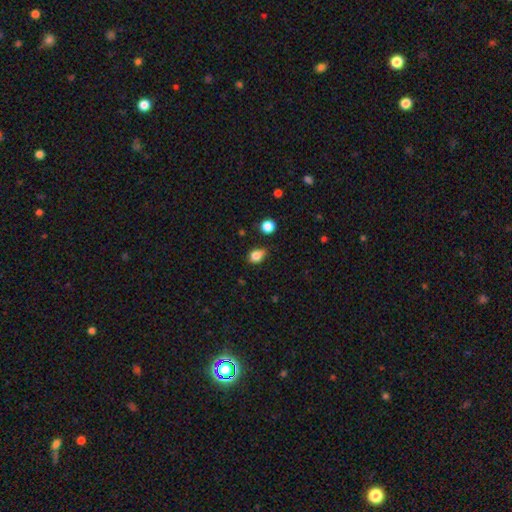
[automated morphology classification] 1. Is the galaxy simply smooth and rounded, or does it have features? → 80% smooth, 11% star or artifact, 9% featured or disk.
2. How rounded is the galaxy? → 53% in between, 45% round, 2% cigar-shaped.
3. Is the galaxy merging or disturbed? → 53% none, 34% minor disturbance, 8% major disturbance, 5% merger.